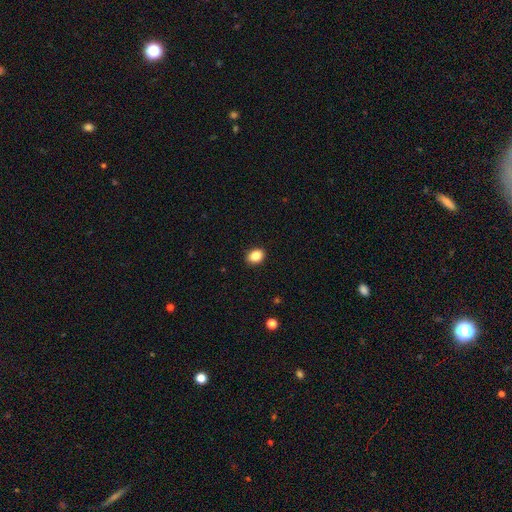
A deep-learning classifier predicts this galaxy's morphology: This appears to be a smooth galaxy with no disk features (87%) that is in between round and cigar-shaped (63%). Merging: none (88%).